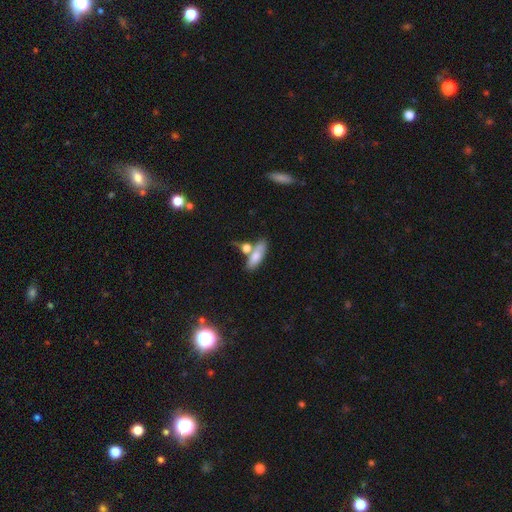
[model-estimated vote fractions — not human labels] A smooth galaxy with no disk features (73%) that is in between round and cigar-shaped (68%). Merging: none (48%).